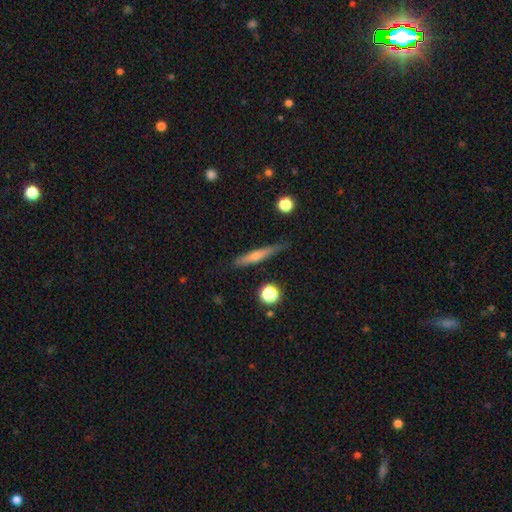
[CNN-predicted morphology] This appears to be a smooth galaxy with no disk features (48%). Merging: none (82%).